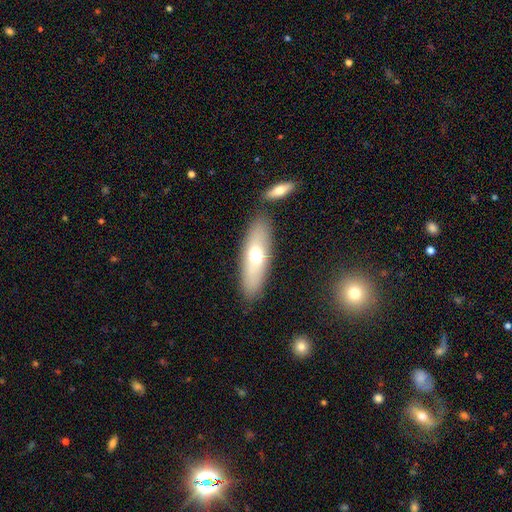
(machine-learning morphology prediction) Smooth or featured? Predicted: smooth (p=0.62). How rounded? Predicted: in between (p=0.59). Merging? Predicted: none (p=0.81).